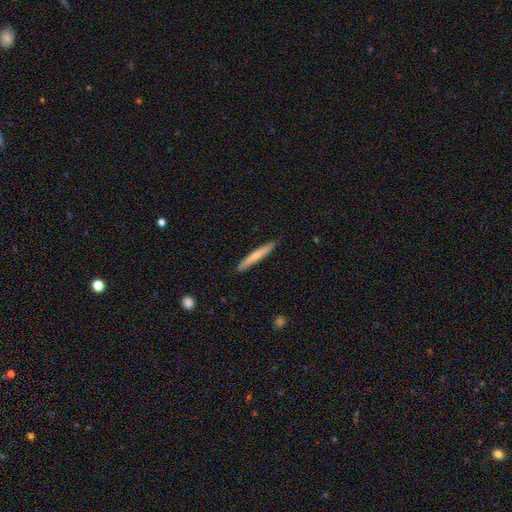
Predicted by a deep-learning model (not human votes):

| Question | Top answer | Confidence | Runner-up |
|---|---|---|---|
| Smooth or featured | smooth | 64% | featured or disk (31%) |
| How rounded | cigar-shaped | 95% | in between (3%) |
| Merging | none | 90% | minor disturbance (8%) |